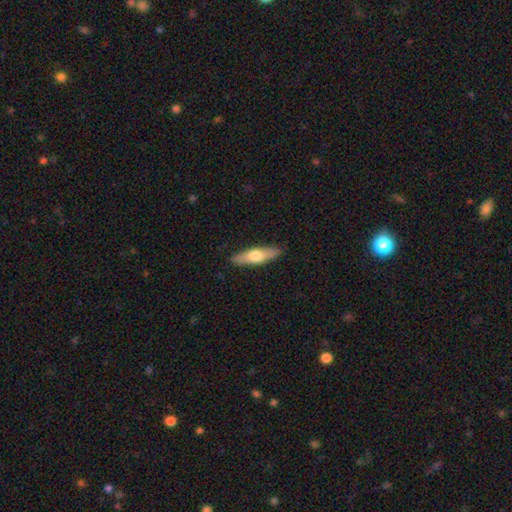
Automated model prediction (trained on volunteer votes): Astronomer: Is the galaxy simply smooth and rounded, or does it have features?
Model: smooth — 57% (runner-up: featured or disk, 38%).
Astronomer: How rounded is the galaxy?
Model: cigar-shaped — 64%.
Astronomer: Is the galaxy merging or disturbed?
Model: none — 89%.